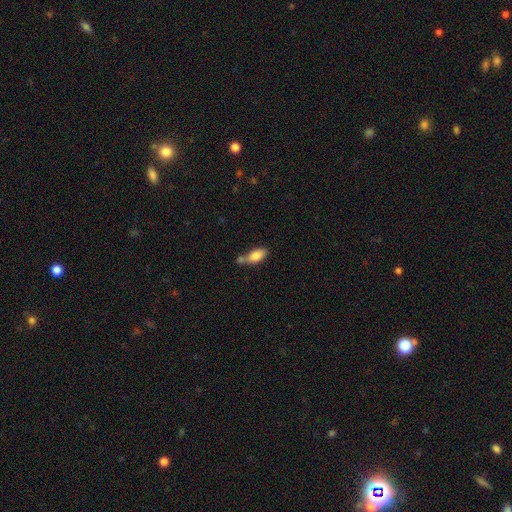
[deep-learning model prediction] smooth-or-featured: smooth: 80% | featured or disk: 12% | star or artifact: 8%
  how-rounded: in between: 84% | cigar-shaped: 13% | round: 3%
  merging: none: 41% | merger: 35% | minor disturbance: 19% | major disturbance: 6%